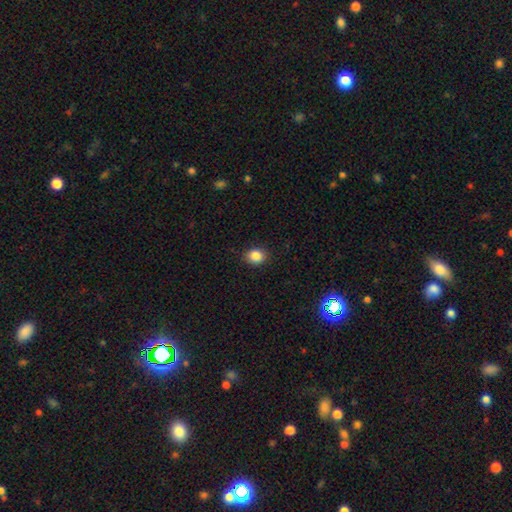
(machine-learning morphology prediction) Smooth or featured? Predicted: smooth (p=0.86). How rounded? Predicted: round (p=0.62). Merging? Predicted: none (p=0.88).